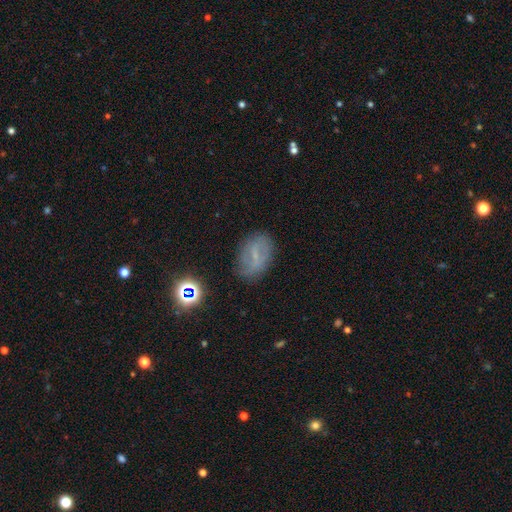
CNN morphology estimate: Smooth or featured?
  - featured or disk: 48% *
  - smooth: 37%
  - star or artifact: 15%
Merging?
  - none: 73% *
  - minor disturbance: 19%
  - major disturbance: 7%
  - merger: 2%